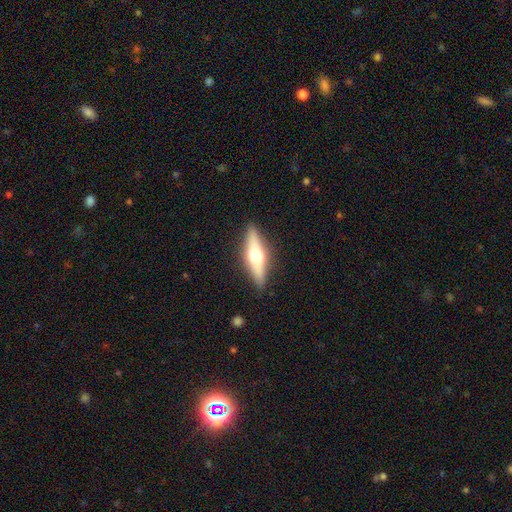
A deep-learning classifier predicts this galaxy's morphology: type=featured or disk (62%); edge-on=yes (94%); edge-on bulge=rounded (95%); merging=none (88%).